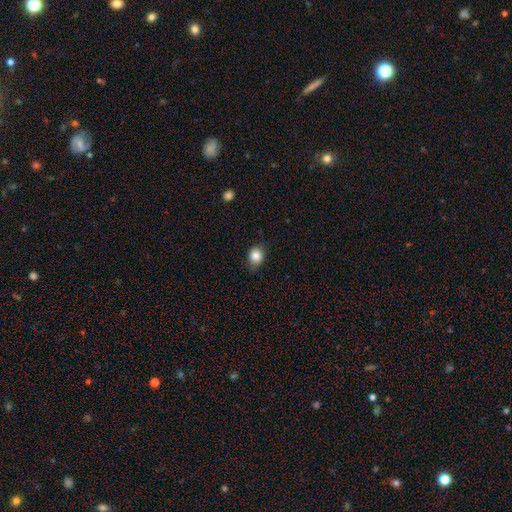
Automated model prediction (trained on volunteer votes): A smooth galaxy with no disk features (85%) that is round (63%). Merging: none (75%).